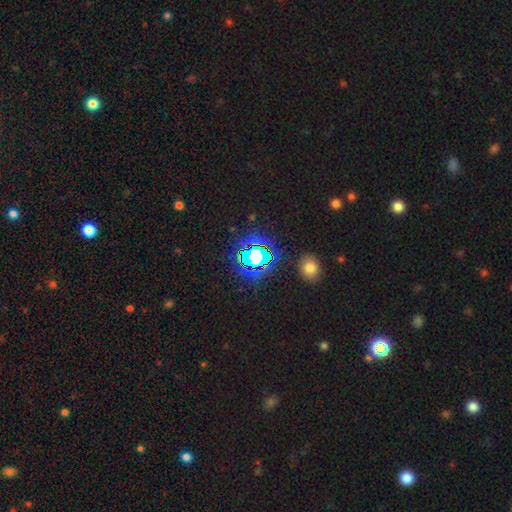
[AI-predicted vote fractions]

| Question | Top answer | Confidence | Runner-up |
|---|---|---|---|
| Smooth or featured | star or artifact | 70% | smooth (20%) |